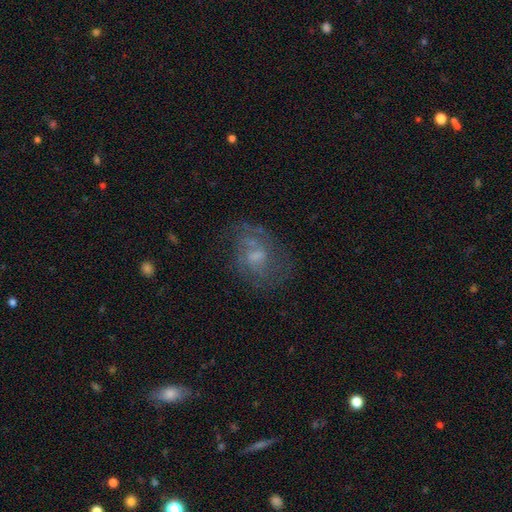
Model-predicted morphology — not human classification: featured or disk 62%, smooth 25%, star or artifact 13%. Down the decision tree: edge-on disk — no (97%); bar — no (52%); spiral arms — yes (74%); bulge size — moderate (39%); merging — none (60%).